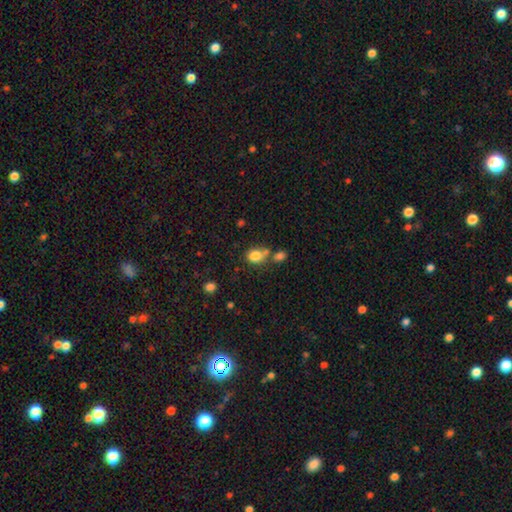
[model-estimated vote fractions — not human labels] Smooth or featured?
  - smooth: 82% *
  - star or artifact: 11%
  - featured or disk: 7%
How rounded?
  - in between: 53% *
  - round: 46%
  - cigar-shaped: 1%
Merging?
  - none: 49% *
  - merger: 32%
  - minor disturbance: 13%
  - major disturbance: 5%